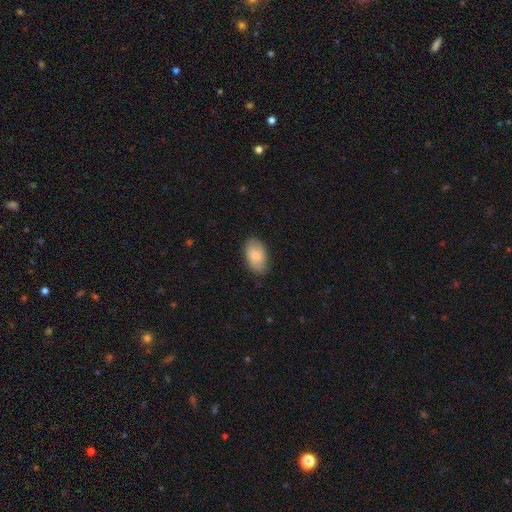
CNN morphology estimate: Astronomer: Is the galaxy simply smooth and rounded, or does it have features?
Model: smooth — 76%.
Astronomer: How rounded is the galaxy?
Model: in between — 93%.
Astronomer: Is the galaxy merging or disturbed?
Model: none — 81%.